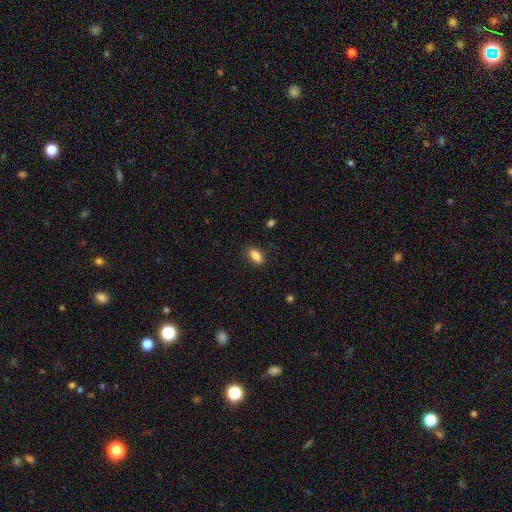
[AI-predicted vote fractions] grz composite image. It shows a smooth galaxy with no disk features (85%) that is in between round and cigar-shaped (83%). Merging: none (87%).